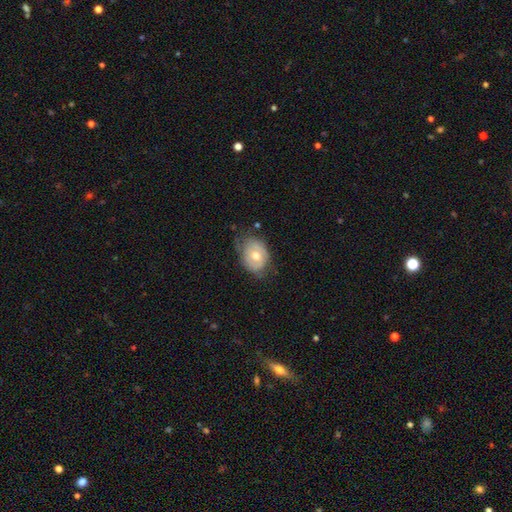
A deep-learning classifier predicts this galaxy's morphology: This is possibly a featured or disk galaxy (51%). It is clearly not viewed edge-on (95%). Merging: possibly none (57%).